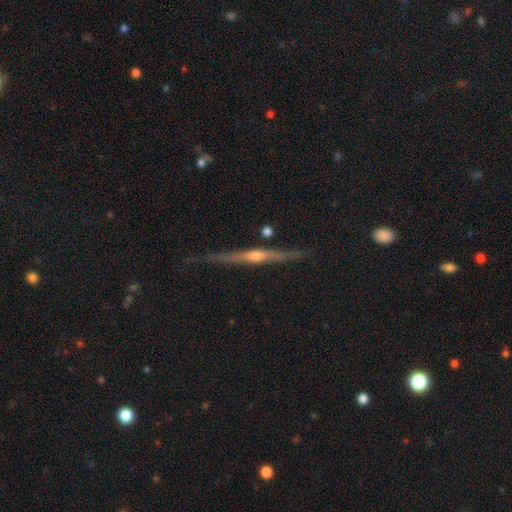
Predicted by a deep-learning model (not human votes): Smooth or featured?
  - featured or disk: 81% *
  - smooth: 13%
  - star or artifact: 6%
Edge-on disk?
  - yes: 98% *
  - no: 2%
Edge-on bulge?
  - rounded: 83% *
  - none: 13%
  - boxy: 4%
Merging?
  - none: 82% *
  - minor disturbance: 13%
  - major disturbance: 3%
  - merger: 2%